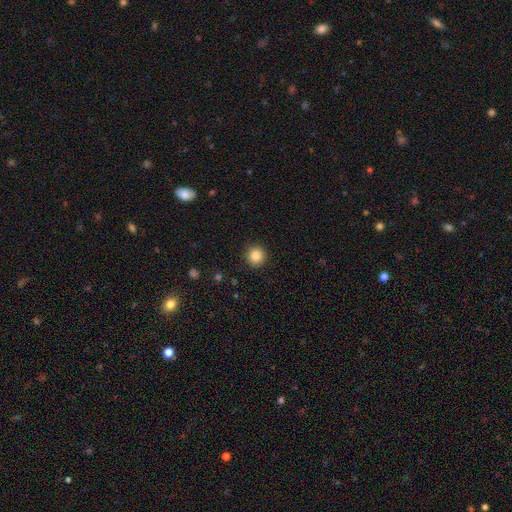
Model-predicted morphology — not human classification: This is clearly a smooth galaxy (85%). How rounded: clearly round (95%). Merging: clearly none (92%).